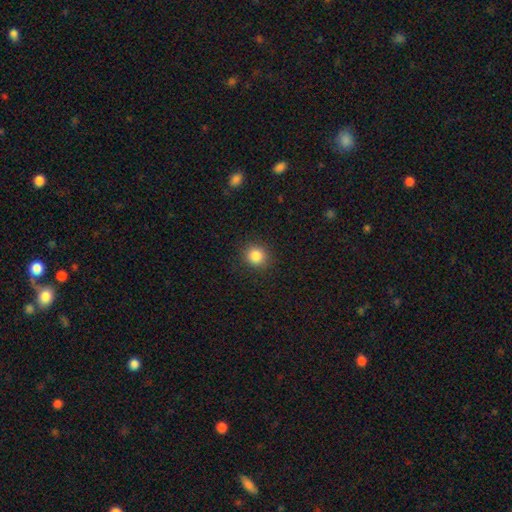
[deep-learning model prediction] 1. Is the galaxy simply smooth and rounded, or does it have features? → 85% smooth, 11% star or artifact, 4% featured or disk.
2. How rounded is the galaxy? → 89% round, 10% in between, 1% cigar-shaped.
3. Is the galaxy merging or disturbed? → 90% none, 7% minor disturbance, 2% major disturbance, 1% merger.